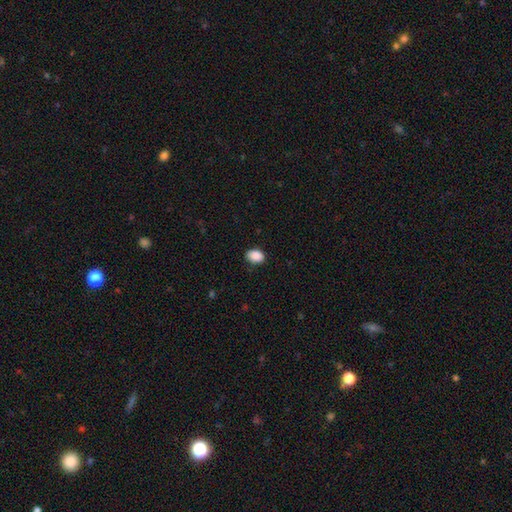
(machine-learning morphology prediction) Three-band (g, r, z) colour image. It shows a smooth galaxy with no disk features (90%) that is in between round and cigar-shaped (76%). Merging: none (85%).